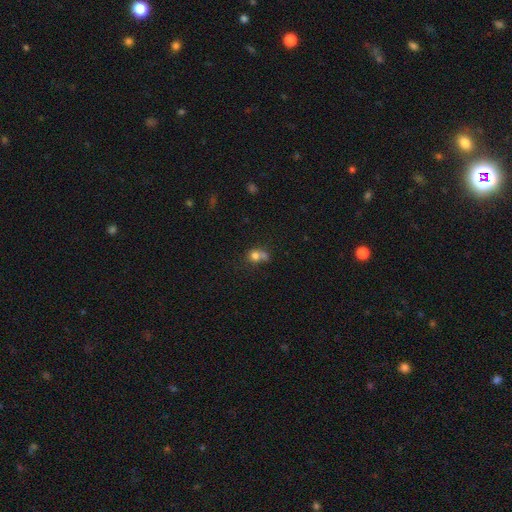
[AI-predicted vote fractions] Smooth or featured: smooth — 75% (featured or disk — 13%)
How rounded: round — 71% (in between — 28%)
Merging: merger — 45% (none — 33%)